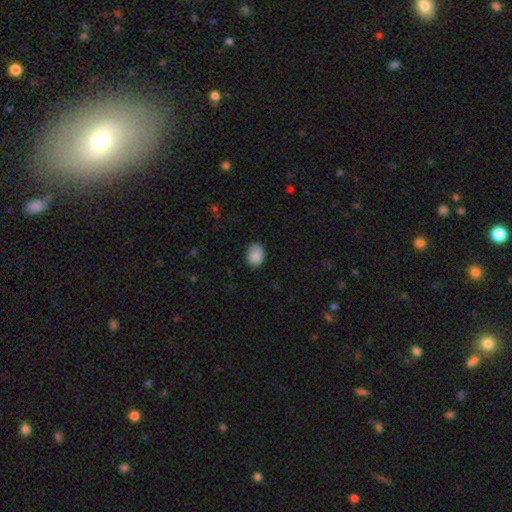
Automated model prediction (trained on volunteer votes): Overall: smooth (88%). How rounded: in between (59%; round 40%). Merging: none (75%).